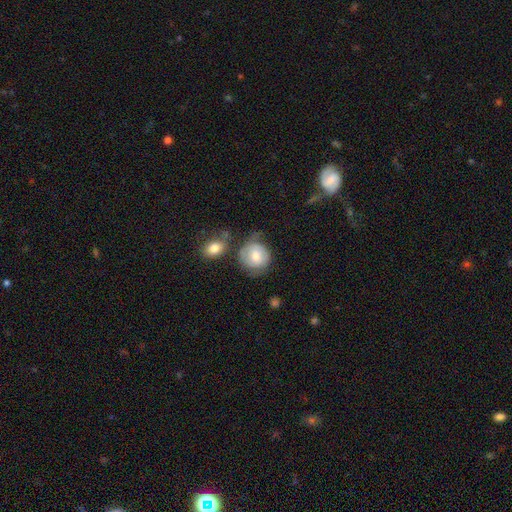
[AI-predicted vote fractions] Smooth or featured? smooth (64%)
How rounded? round (84%)
Merging? none (47%)